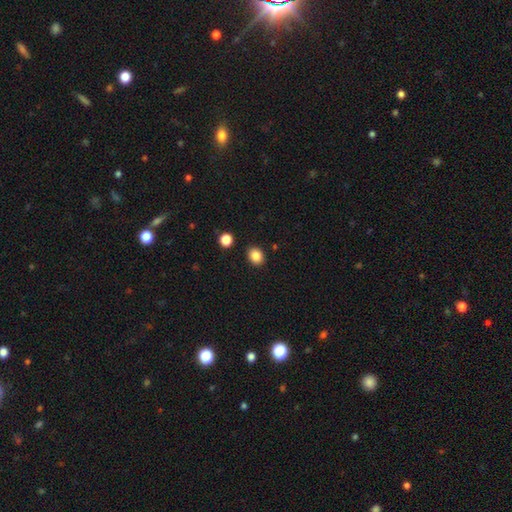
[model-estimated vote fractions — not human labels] Smooth or featured? Predicted: smooth (p=0.86). How rounded? Predicted: round (p=0.59). Merging? Predicted: none (p=0.89).